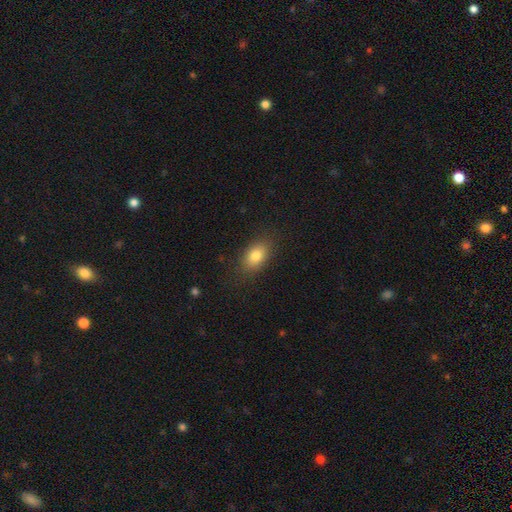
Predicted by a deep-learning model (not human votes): A smooth galaxy with no disk features (82%) that is in between round and cigar-shaped (85%). Merging: none (84%).